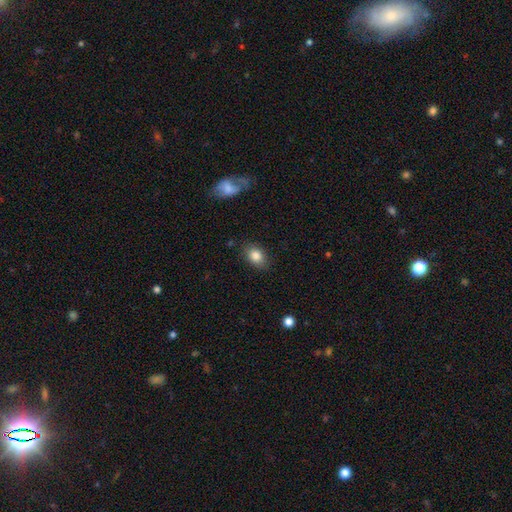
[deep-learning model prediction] A smooth galaxy with no disk features (84%) that is in between round and cigar-shaped (75%). Merging: none (84%).